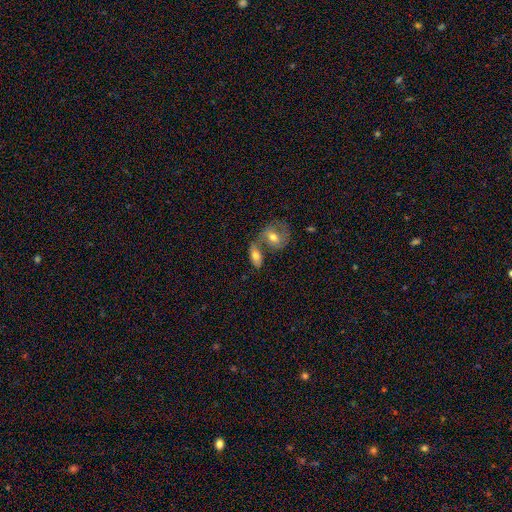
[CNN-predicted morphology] Overall: smooth (69%). How rounded: in between (83%). Merging: merger (47%; none 38%).